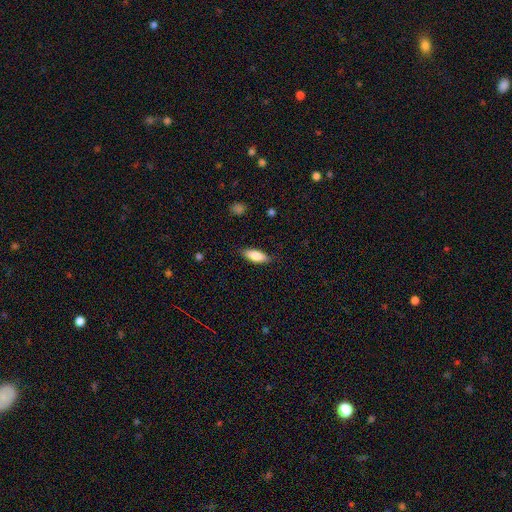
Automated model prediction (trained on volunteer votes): Q: Smooth or featured?
A: smooth (83%); runner-up: featured or disk (11%)
Q: How rounded?
A: in between (74%); runner-up: cigar-shaped (24%)
Q: Merging?
A: none (84%); runner-up: minor disturbance (12%)